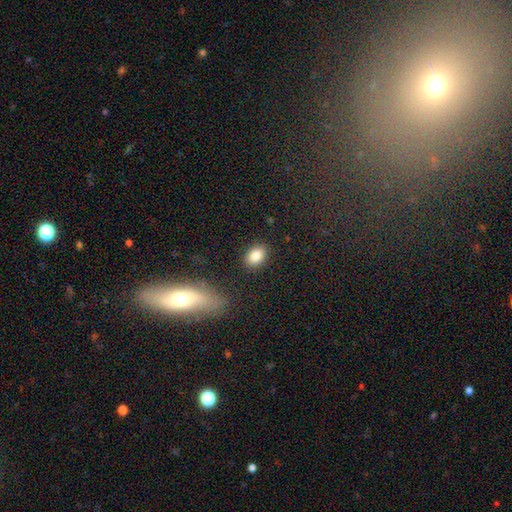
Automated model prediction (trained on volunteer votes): Morphology: type=smooth (85%); roundness=in between (80%); merging=none (87%).